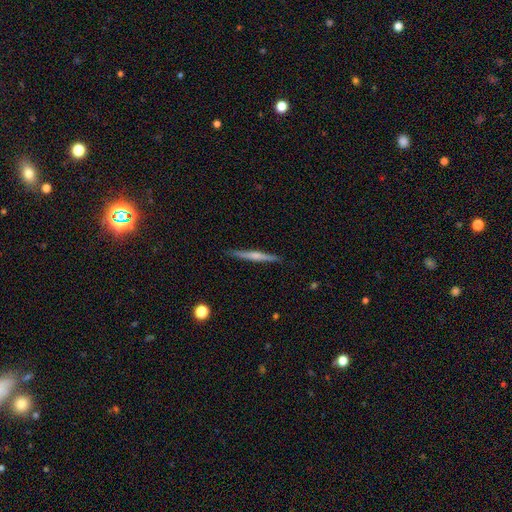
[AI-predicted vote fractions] Smooth or featured? Predicted: featured or disk (p=0.56). Edge-on disk? Predicted: yes (p=0.98). Edge-on bulge? Predicted: rounded (p=0.57). Merging? Predicted: none (p=0.90).